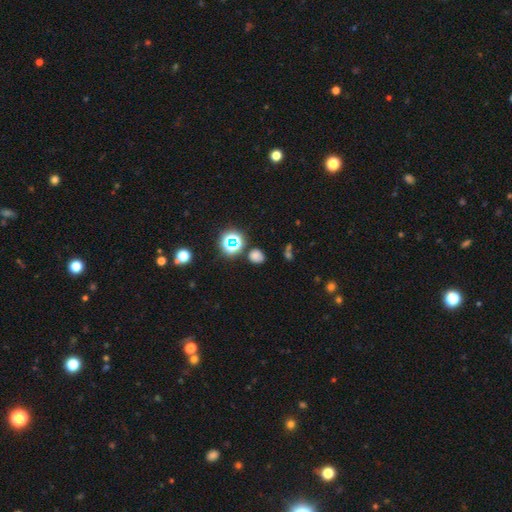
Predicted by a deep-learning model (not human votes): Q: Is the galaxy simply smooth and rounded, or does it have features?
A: smooth — 63%.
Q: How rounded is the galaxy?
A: round — 73%.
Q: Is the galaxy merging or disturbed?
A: none — 75%.